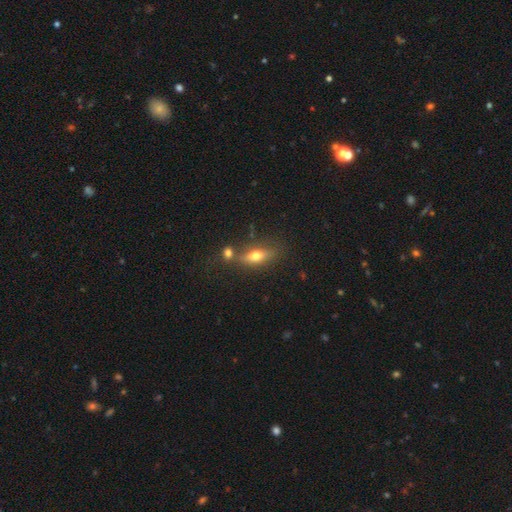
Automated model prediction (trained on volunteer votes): smooth_or_featured: smooth (p=0.56) [alt: featured or disk p=0.34]
how_rounded: in between (p=0.58) [alt: cigar-shaped p=0.35]
merging: none (p=0.65) [alt: merger p=0.18]